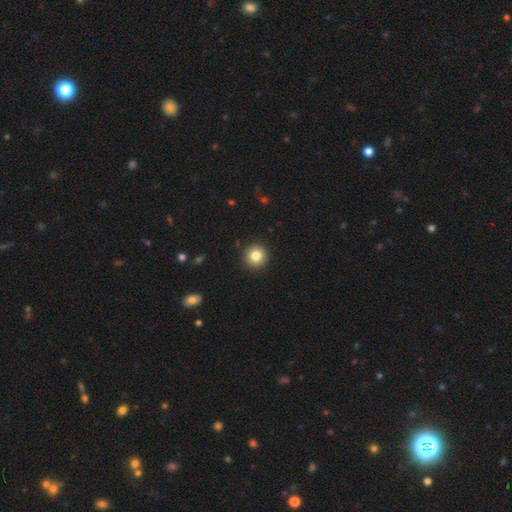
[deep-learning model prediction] smooth-or-featured: smooth: 83% | star or artifact: 10% | featured or disk: 7%
  how-rounded: round: 94% | in between: 5% | cigar-shaped: 1%
  merging: none: 92% | minor disturbance: 5% | major disturbance: 2% | merger: 1%